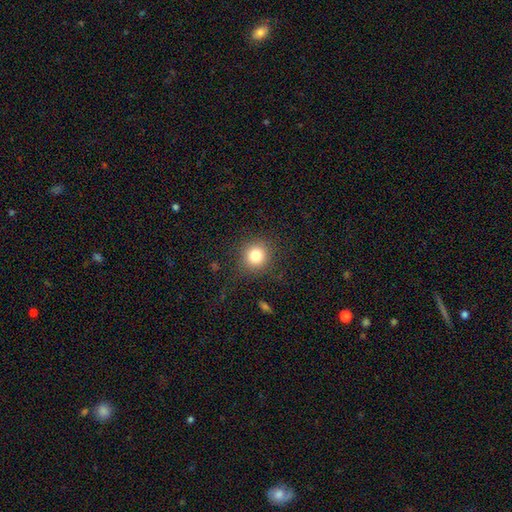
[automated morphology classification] The model was most divided on "smooth or featured": smooth: 82%, star or artifact: 12%, featured or disk: 7%. More confident: how rounded — round (90%); merging — none (86%).